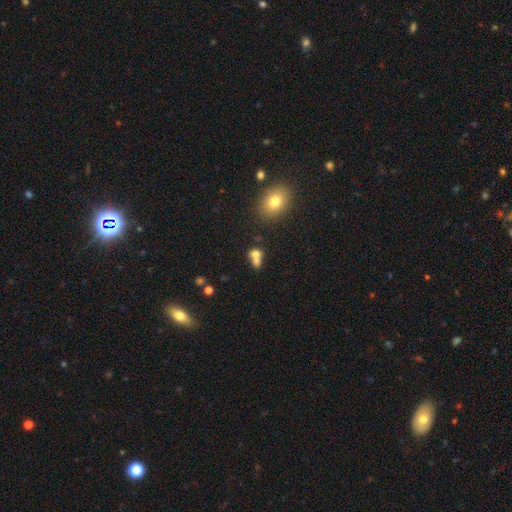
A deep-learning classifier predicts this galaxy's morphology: Smooth or featured?
  - smooth: 72% *
  - featured or disk: 16%
  - star or artifact: 12%
How rounded?
  - in between: 49% *
  - round: 48%
  - cigar-shaped: 3%
Merging?
  - merger: 62% *
  - none: 25%
  - minor disturbance: 7%
  - major disturbance: 5%